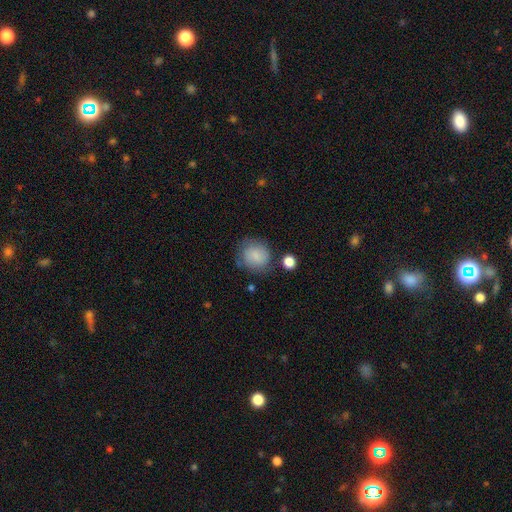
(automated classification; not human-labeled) This is clearly a smooth galaxy (82%). How rounded: clearly round (81%). Merging: likely none (71%).